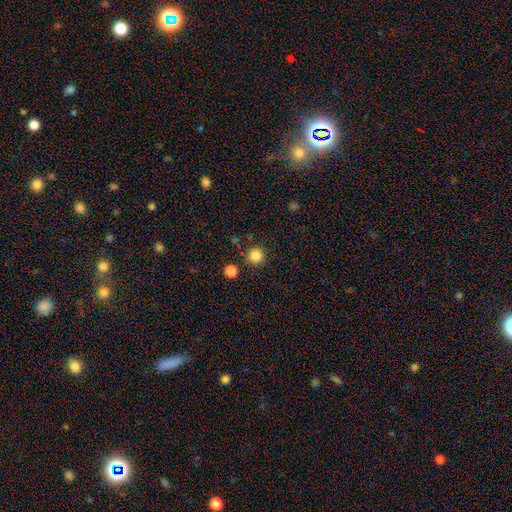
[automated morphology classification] smooth-or-featured: smooth: 84% | star or artifact: 12% | featured or disk: 4%
  how-rounded: round: 96% | in between: 3% | cigar-shaped: 1%
  merging: none: 89% | minor disturbance: 6% | merger: 3% | major disturbance: 2%